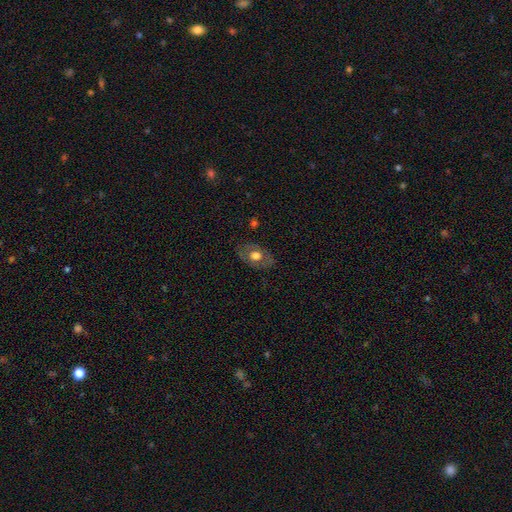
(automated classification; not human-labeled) smooth-or-featured: smooth: 53% | featured or disk: 40% | star or artifact: 8%
  how-rounded: in between: 78% | round: 20% | cigar-shaped: 1%
  merging: none: 77% | minor disturbance: 16% | major disturbance: 6% | merger: 1%